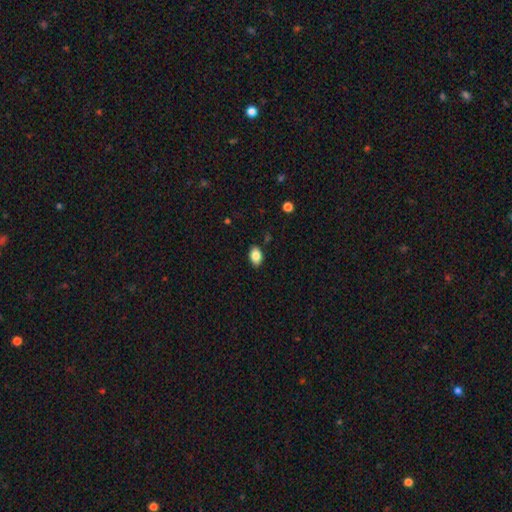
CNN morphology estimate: Q: Smooth or featured?
A: smooth (86%); runner-up: star or artifact (8%)
Q: How rounded?
A: in between (86%); runner-up: round (13%)
Q: Merging?
A: none (86%); runner-up: minor disturbance (10%)